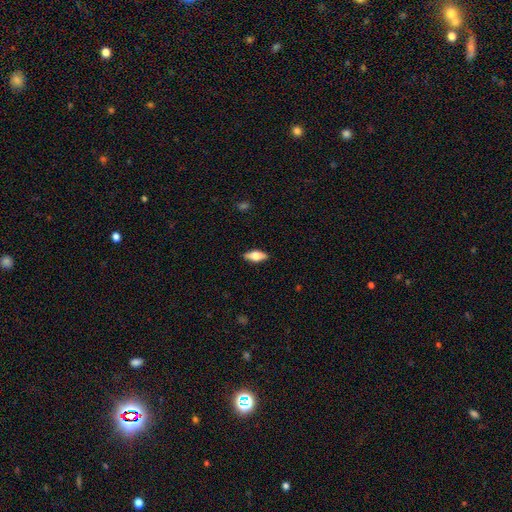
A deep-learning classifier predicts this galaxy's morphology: This is likely a smooth galaxy (63%). How rounded: likely in between (77%). Merging: clearly none (88%).